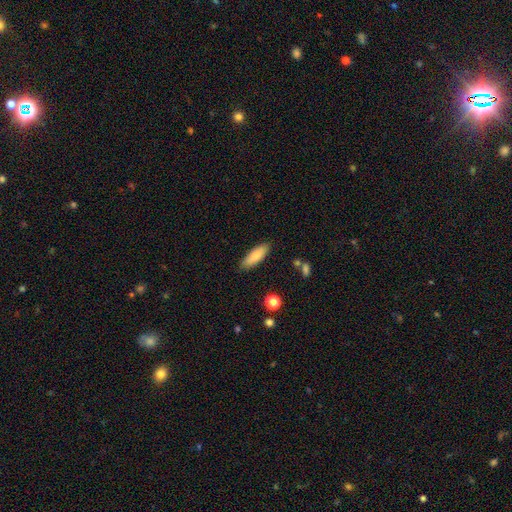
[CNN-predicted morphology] Smooth or featured? smooth (81%)
How rounded? in between (59%)
Merging? none (86%)